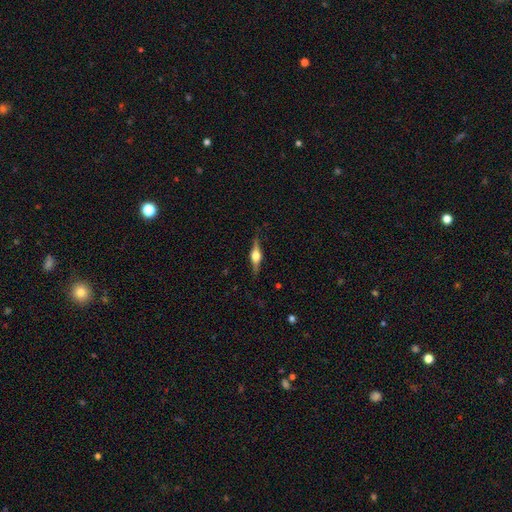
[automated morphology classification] This is likely a featured or disk galaxy (74%). It is clearly viewed edge-on (97%). Edge-on bulge: clearly rounded (94%). Merging: clearly none (86%).